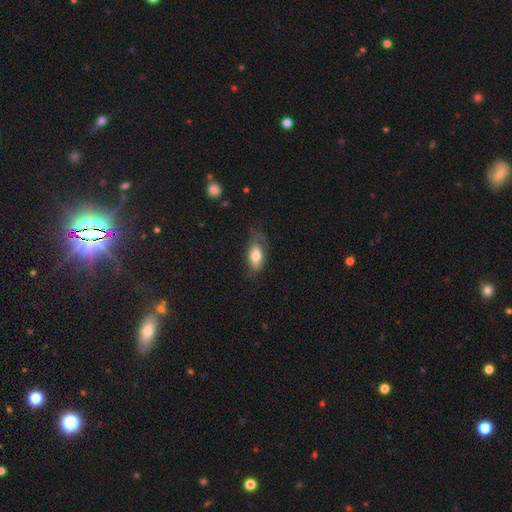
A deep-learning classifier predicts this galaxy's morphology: Smooth or featured? smooth (75%)
How rounded? in between (89%)
Merging? none (52%)